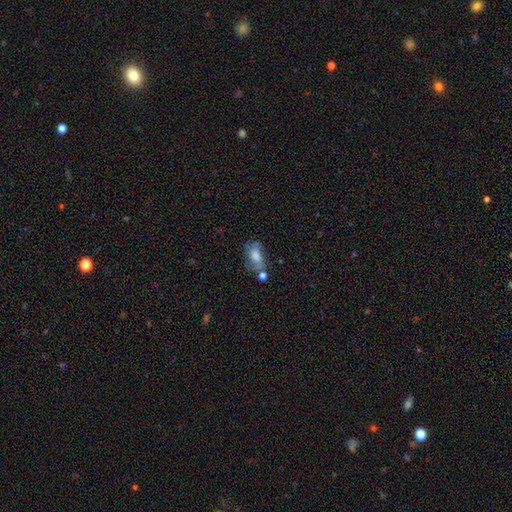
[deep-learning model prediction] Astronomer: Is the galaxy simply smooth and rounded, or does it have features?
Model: smooth — 55% (runner-up: featured or disk, 35%).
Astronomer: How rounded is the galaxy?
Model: in between — 86%.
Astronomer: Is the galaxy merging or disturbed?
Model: none — 41% (runner-up: minor disturbance, 25%).